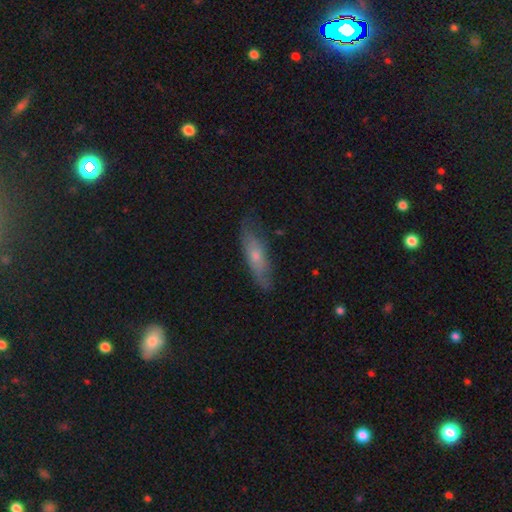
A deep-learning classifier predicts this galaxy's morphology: Q: Smooth or featured?
A: smooth (51%); runner-up: featured or disk (43%)
Q: How rounded?
A: cigar-shaped (63%); runner-up: in between (35%)
Q: Merging?
A: none (74%); runner-up: minor disturbance (20%)